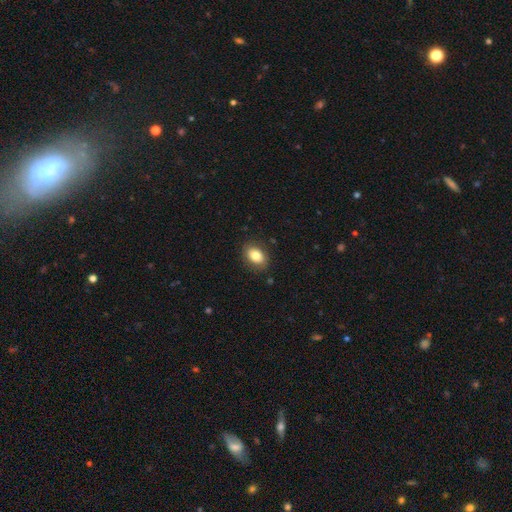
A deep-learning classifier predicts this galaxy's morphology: smooth 81%, featured or disk 11%, star or artifact 8%. Down the decision tree: how rounded — in between (79%); merging — none (85%).